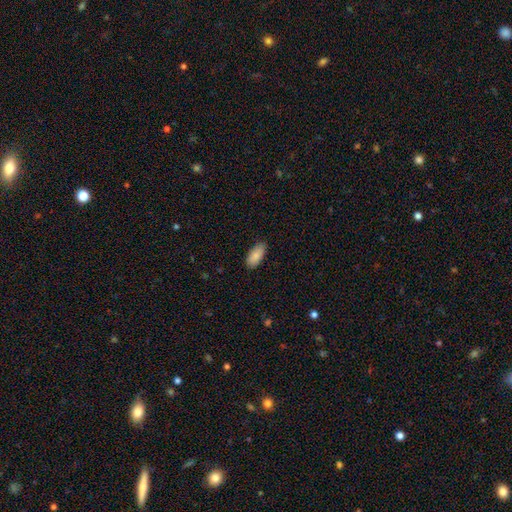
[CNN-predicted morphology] Smooth or featured?
  - smooth: 87% *
  - featured or disk: 7%
  - star or artifact: 6%
How rounded?
  - in between: 88% *
  - cigar-shaped: 10%
  - round: 2%
Merging?
  - none: 85% *
  - minor disturbance: 12%
  - major disturbance: 2%
  - merger: 1%